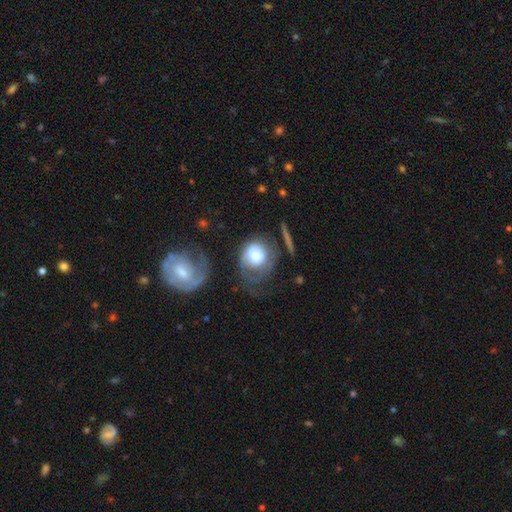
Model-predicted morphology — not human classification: The model was most divided on "merging": major disturbance: 37%, none: 31%, minor disturbance: 24%, merger: 7%. More confident: how rounded — round (67%); smooth or featured — smooth (58%).